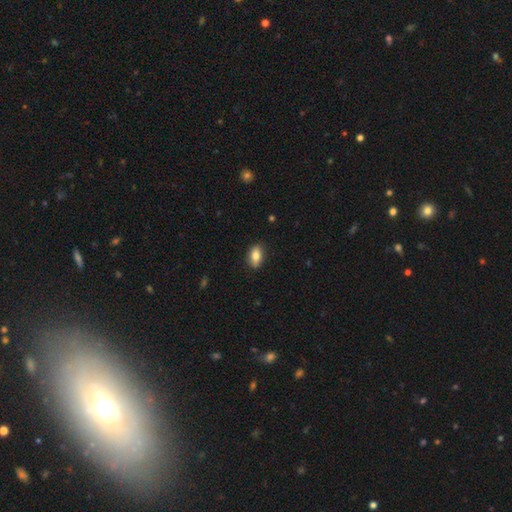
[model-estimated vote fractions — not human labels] This is clearly a smooth galaxy (80%). How rounded: clearly in between (86%). Merging: clearly none (87%).